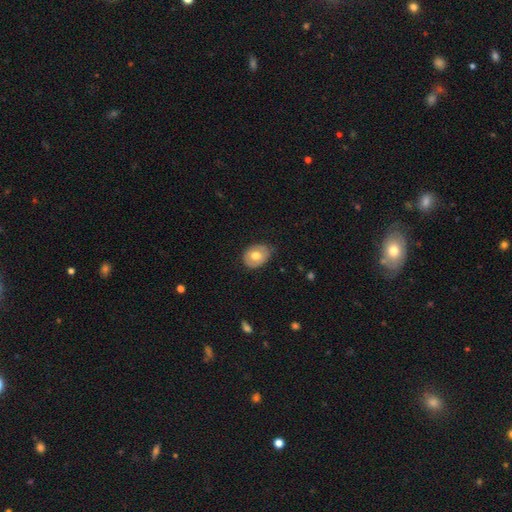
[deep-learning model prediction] The model was most divided on "how rounded": in between: 65%, round: 34%, cigar-shaped: 1%. More confident: merging — none (76%); smooth or featured — smooth (64%).